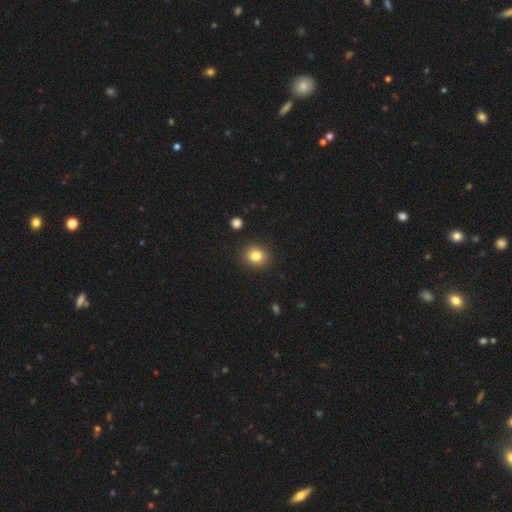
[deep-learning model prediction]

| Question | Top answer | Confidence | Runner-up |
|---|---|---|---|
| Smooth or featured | smooth | 83% | star or artifact (11%) |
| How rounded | round | 79% | in between (20%) |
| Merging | none | 90% | minor disturbance (6%) |